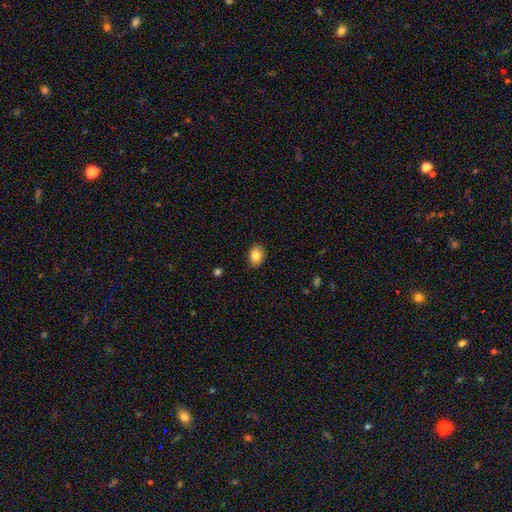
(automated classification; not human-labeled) A smooth galaxy with no disk features (84%) that is in between round and cigar-shaped (63%).

Vote fractions:
- Smooth or featured? smooth: 84% / star or artifact: 9% / featured or disk: 7%
- How rounded? in between: 63% / round: 36% / cigar-shaped: 1%
- Merging? none: 88% / minor disturbance: 9% / major disturbance: 2% / merger: 1%